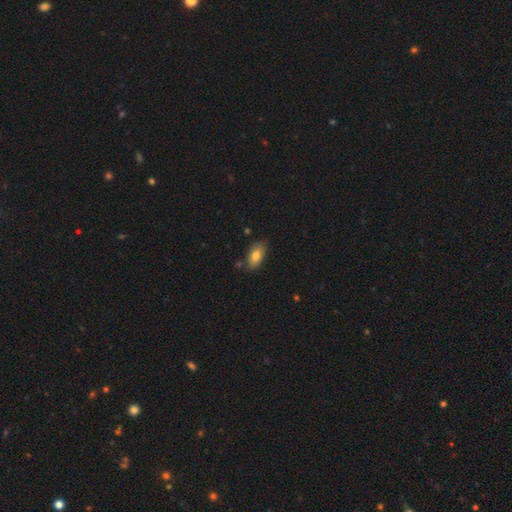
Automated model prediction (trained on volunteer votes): This appears to be a smooth galaxy with no disk features (79%) that is in between round and cigar-shaped (91%). Merging: none (80%).